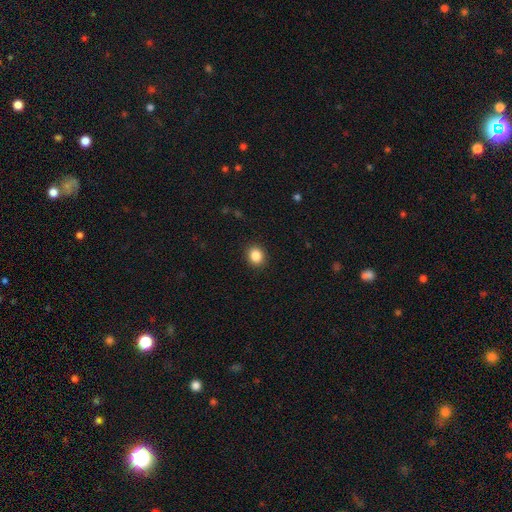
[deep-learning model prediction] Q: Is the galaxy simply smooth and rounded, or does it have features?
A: smooth — 86%.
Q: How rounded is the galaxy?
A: round — 70%.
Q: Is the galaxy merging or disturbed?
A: none — 91%.